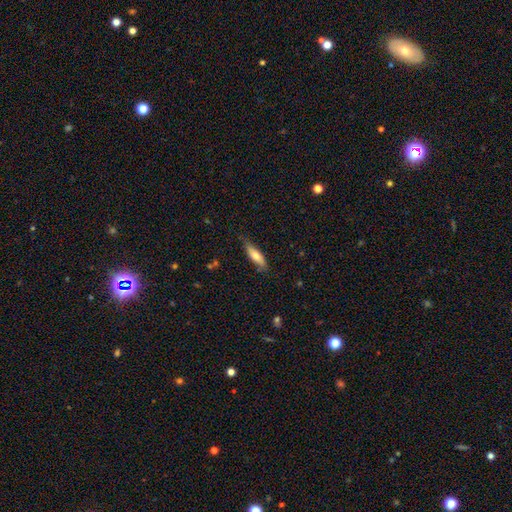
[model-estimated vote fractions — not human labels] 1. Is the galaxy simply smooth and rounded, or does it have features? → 68% smooth, 25% featured or disk, 6% star or artifact.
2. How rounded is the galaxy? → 56% cigar-shaped, 42% in between, 2% round.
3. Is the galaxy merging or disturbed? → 76% none, 19% minor disturbance, 3% major disturbance, 2% merger.